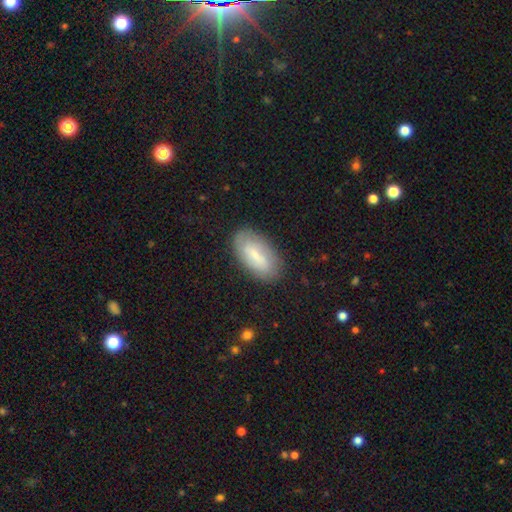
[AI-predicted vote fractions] Smooth or featured?
  - smooth: 61% *
  - featured or disk: 32%
  - star or artifact: 7%
How rounded?
  - in between: 89% *
  - cigar-shaped: 8%
  - round: 2%
Merging?
  - none: 81% *
  - minor disturbance: 14%
  - major disturbance: 4%
  - merger: 1%